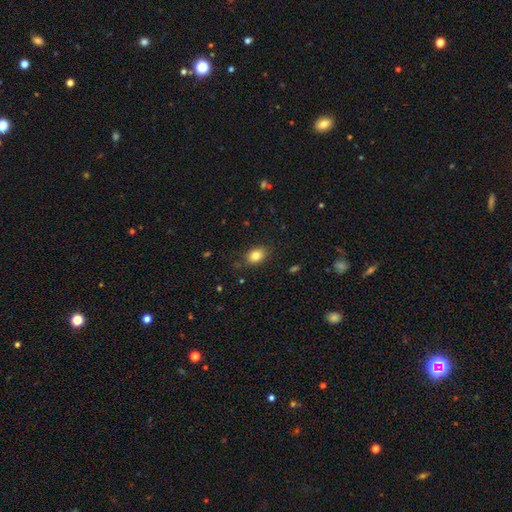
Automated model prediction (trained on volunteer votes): Q: Smooth or featured?
A: smooth (82%); runner-up: star or artifact (10%)
Q: How rounded?
A: in between (74%); runner-up: round (25%)
Q: Merging?
A: none (83%); runner-up: minor disturbance (12%)